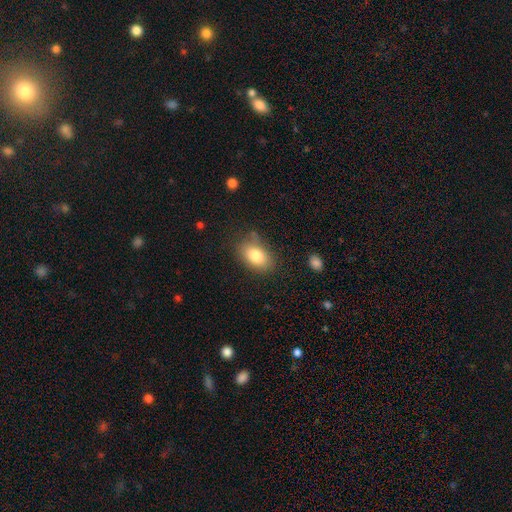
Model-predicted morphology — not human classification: A smooth galaxy with no disk features (81%) that is in between round and cigar-shaped (86%).

Vote fractions:
- Smooth or featured? smooth: 81% / featured or disk: 11% / star or artifact: 8%
- How rounded? in between: 86% / round: 12% / cigar-shaped: 1%
- Merging? none: 73% / minor disturbance: 19% / major disturbance: 5% / merger: 2%